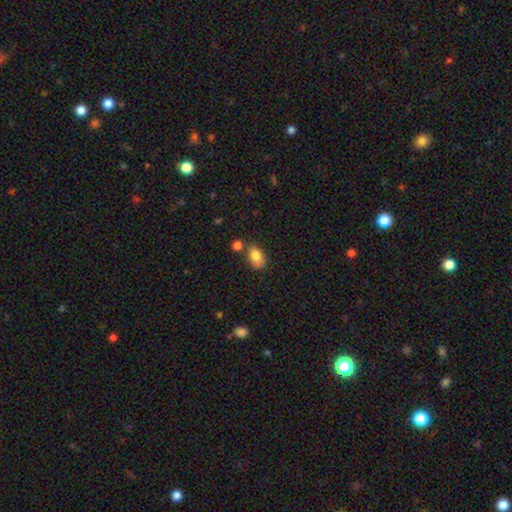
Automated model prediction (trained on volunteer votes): Q: Smooth or featured?
A: smooth (82%); runner-up: featured or disk (9%)
Q: How rounded?
A: in between (83%); runner-up: round (15%)
Q: Merging?
A: none (55%); runner-up: minor disturbance (24%)